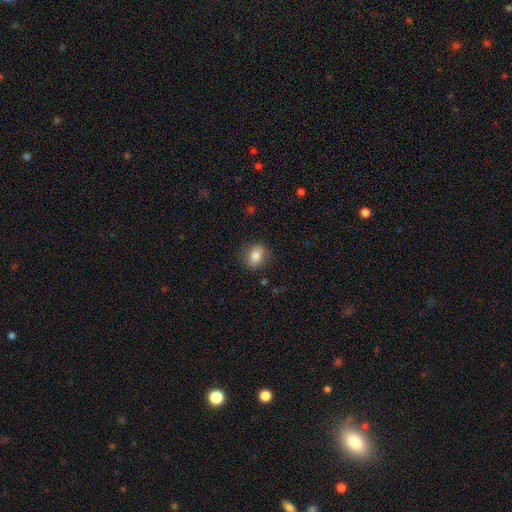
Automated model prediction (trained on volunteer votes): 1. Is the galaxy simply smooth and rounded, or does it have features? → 82% smooth, 9% featured or disk, 9% star or artifact.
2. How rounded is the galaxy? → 58% in between, 41% round, 1% cigar-shaped.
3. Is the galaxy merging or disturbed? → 81% none, 14% minor disturbance, 4% major disturbance, 1% merger.